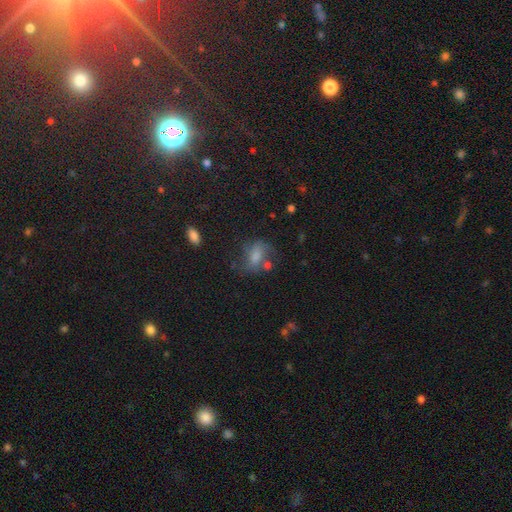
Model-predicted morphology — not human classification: smooth-or-featured: smooth: 43% | featured or disk: 33% | star or artifact: 24%
  merging: none: 54% | minor disturbance: 21% | major disturbance: 17% | merger: 9%